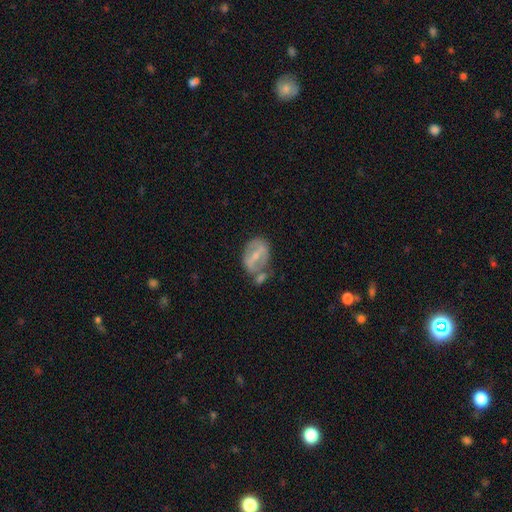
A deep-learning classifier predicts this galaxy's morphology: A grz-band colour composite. It shows a featured or disk galaxy (61%) with a strong bar (49%), no spiral arms (61%) and a small central bulge (57%). Merging: none (40%).